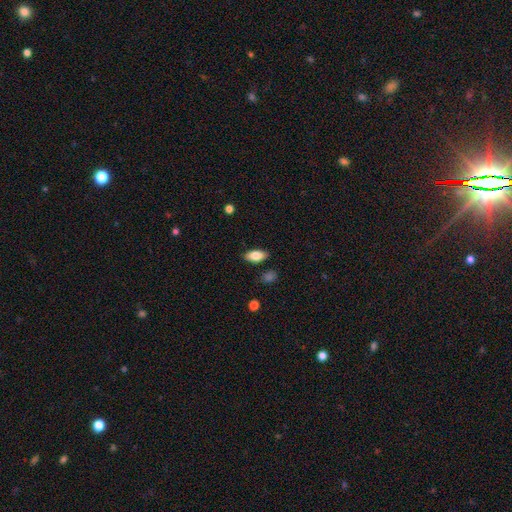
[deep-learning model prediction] smooth-or-featured: smooth: 82% | featured or disk: 12% | star or artifact: 7%
  how-rounded: in between: 88% | cigar-shaped: 8% | round: 3%
  merging: none: 86% | minor disturbance: 10% | major disturbance: 2% | merger: 2%